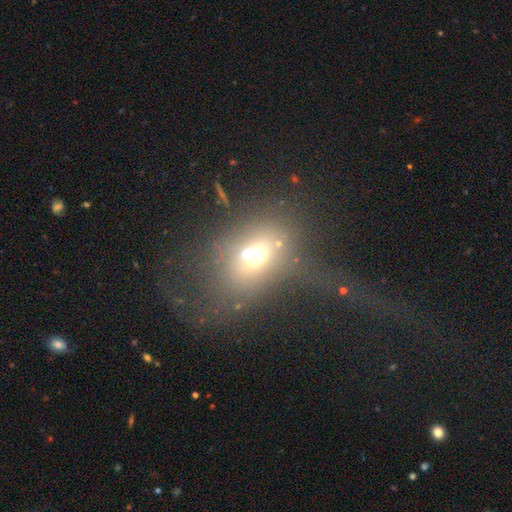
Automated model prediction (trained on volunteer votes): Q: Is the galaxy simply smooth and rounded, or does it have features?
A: smooth — 58%.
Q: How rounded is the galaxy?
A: in between — 55%.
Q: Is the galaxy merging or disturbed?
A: none — 45%.